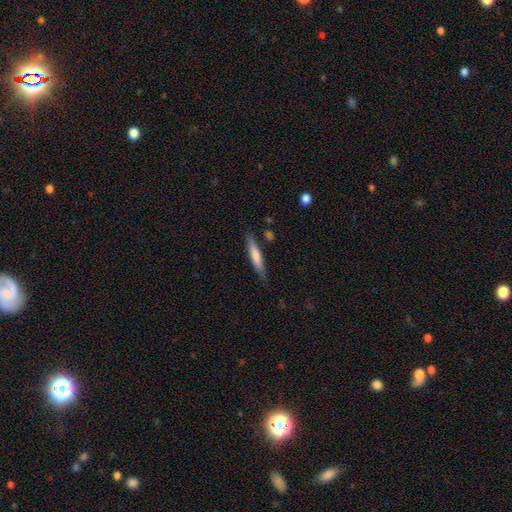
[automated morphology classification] This appears to be a smooth galaxy with no disk features (67%) that is cigar-shaped (89%). Merging: none (78%).